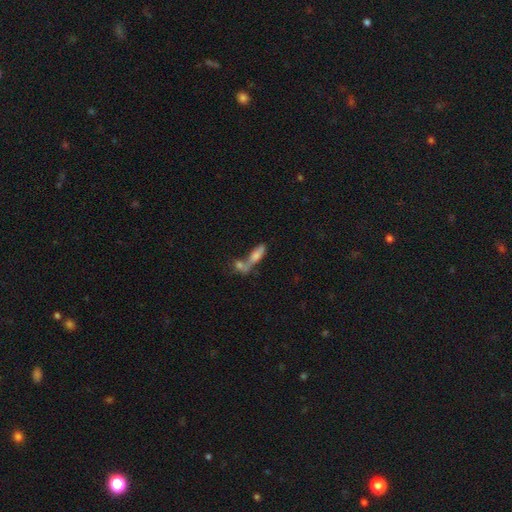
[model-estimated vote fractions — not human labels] The model was most divided on "how rounded": in between: 50%, cigar-shaped: 45%, round: 5%. More confident: merging — merger (59%); smooth or featured — smooth (53%).